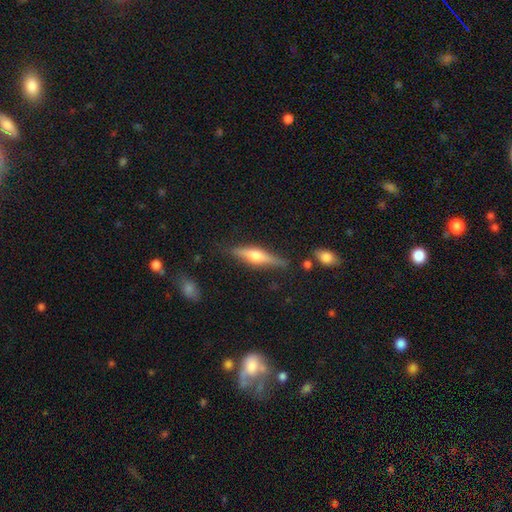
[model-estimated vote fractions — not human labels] Smooth or featured?
  - featured or disk: 64% *
  - smooth: 30%
  - star or artifact: 6%
Edge-on disk?
  - yes: 96% *
  - no: 4%
Edge-on bulge?
  - rounded: 90% *
  - boxy: 7%
  - none: 3%
Merging?
  - none: 82% *
  - minor disturbance: 13%
  - major disturbance: 3%
  - merger: 3%